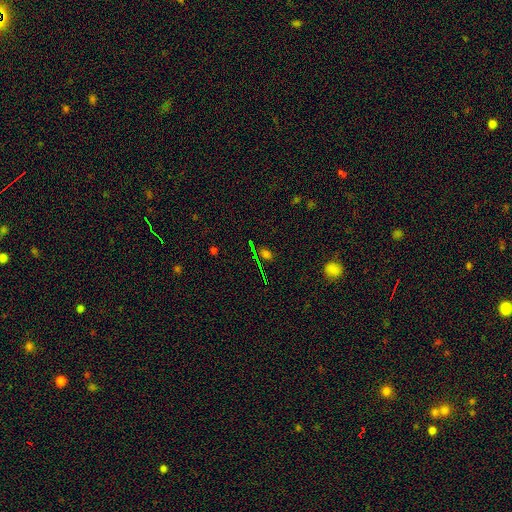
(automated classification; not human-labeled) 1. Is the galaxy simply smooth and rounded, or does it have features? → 61% star or artifact, 26% smooth, 14% featured or disk.